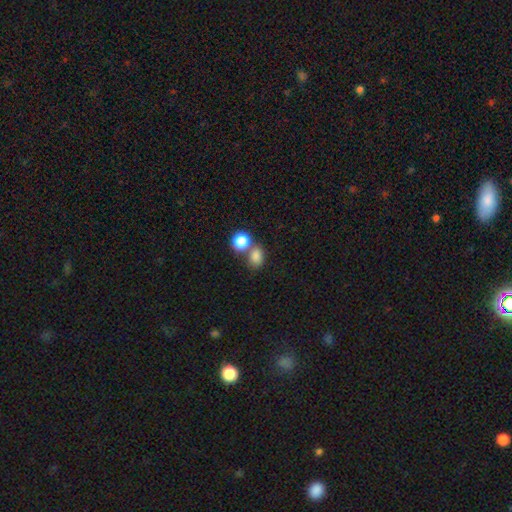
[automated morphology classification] smooth-or-featured: smooth: 81% | star or artifact: 12% | featured or disk: 7%
  how-rounded: round: 50% | in between: 49% | cigar-shaped: 1%
  merging: none: 46% | merger: 40% | minor disturbance: 10% | major disturbance: 4%